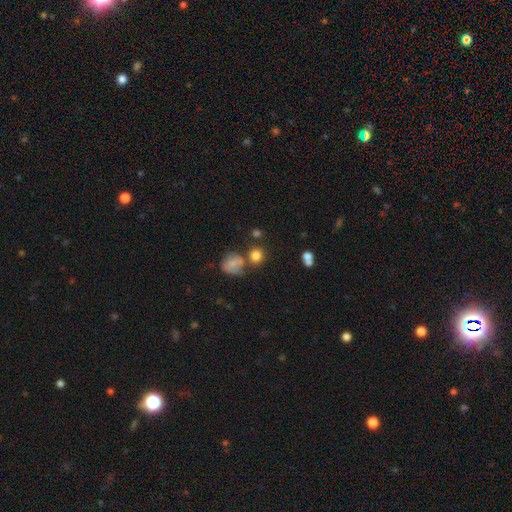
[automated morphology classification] The model was most divided on "merging": none: 66%, merger: 20%, minor disturbance: 10%, major disturbance: 4%. More confident: how rounded — round (85%); smooth or featured — smooth (80%).